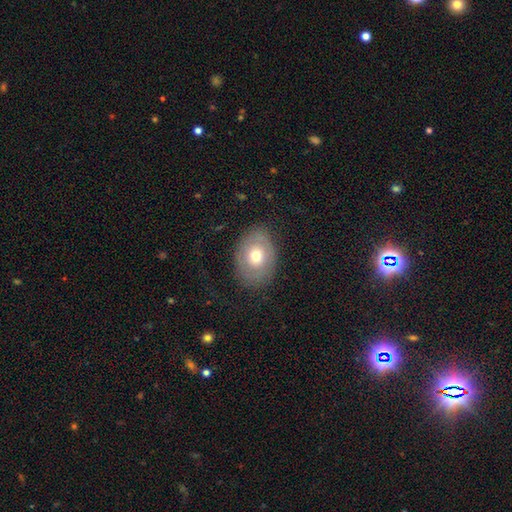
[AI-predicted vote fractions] Q: Smooth or featured?
A: smooth (61%); runner-up: featured or disk (31%)
Q: How rounded?
A: in between (69%); runner-up: round (30%)
Q: Merging?
A: none (78%); runner-up: minor disturbance (15%)